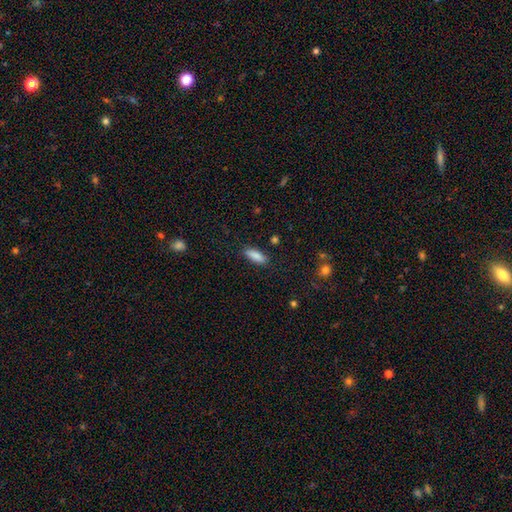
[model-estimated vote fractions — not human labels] smooth-or-featured: smooth: 87% | star or artifact: 7% | featured or disk: 6%
  how-rounded: in between: 61% | cigar-shaped: 37% | round: 2%
  merging: none: 86% | minor disturbance: 10% | major disturbance: 2% | merger: 2%